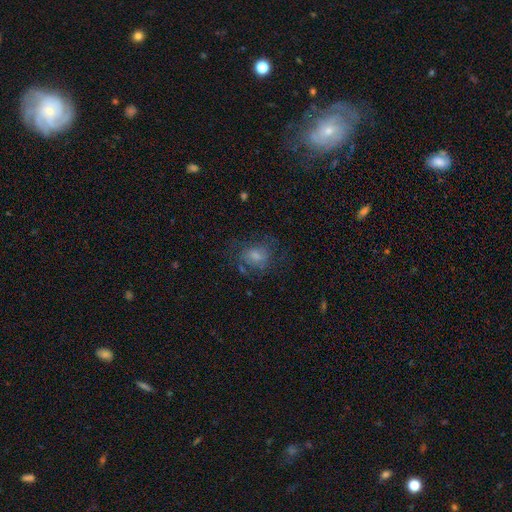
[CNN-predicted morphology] Smooth or featured? smooth (40%)
Merging? none (63%)